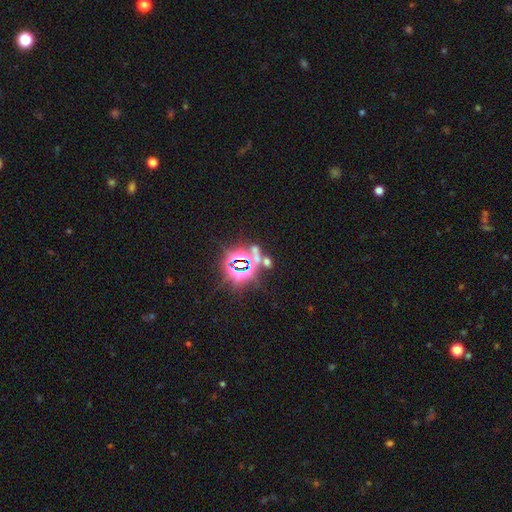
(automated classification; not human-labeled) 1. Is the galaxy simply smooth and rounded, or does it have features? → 69% star or artifact, 21% smooth, 10% featured or disk.